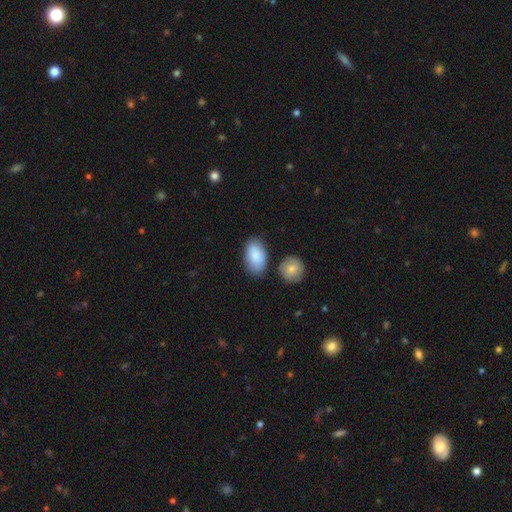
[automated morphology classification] smooth-or-featured: smooth: 86% | featured or disk: 9% | star or artifact: 5%
  how-rounded: in between: 93% | round: 6% | cigar-shaped: 2%
  merging: none: 69% | minor disturbance: 17% | merger: 10% | major disturbance: 4%